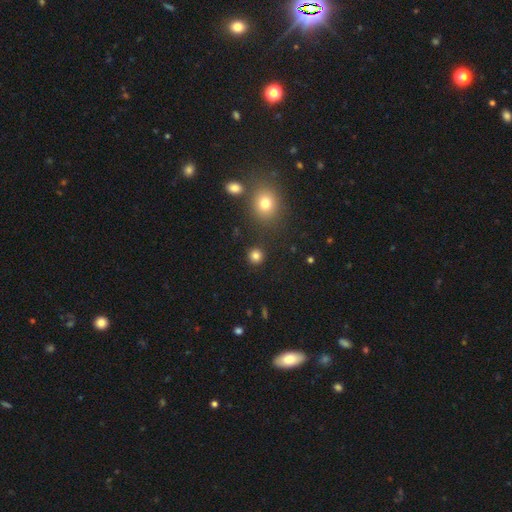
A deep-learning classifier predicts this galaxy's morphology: Smooth or featured? smooth (82%)
How rounded? round (92%)
Merging? none (88%)